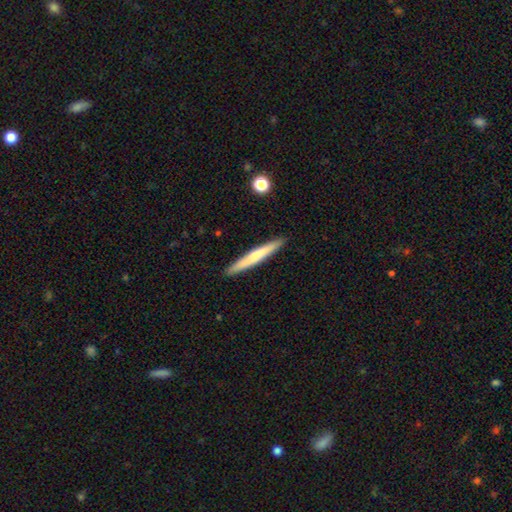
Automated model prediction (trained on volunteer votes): This appears to be a smooth galaxy with no disk features (58%) that is cigar-shaped (96%). Merging: none (92%).